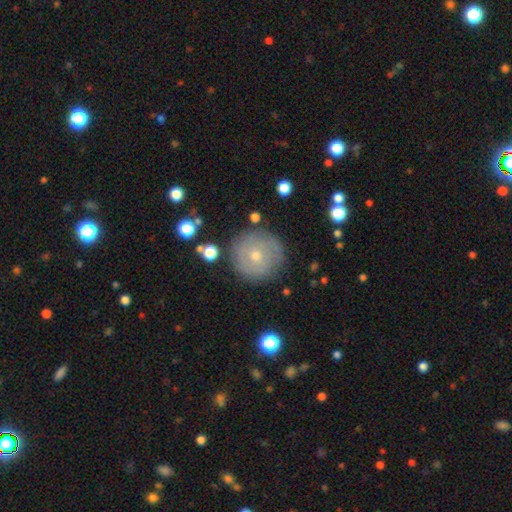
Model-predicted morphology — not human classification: smooth 54%, featured or disk 37%, star or artifact 10%. Down the decision tree: how rounded — round (95%); merging — none (85%).